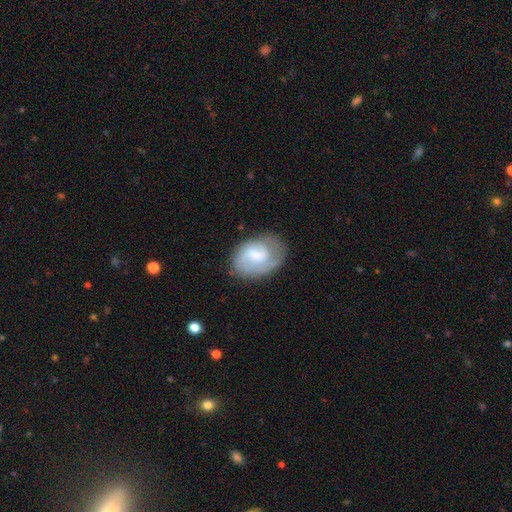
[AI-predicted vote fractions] smooth-or-featured: featured or disk: 54% | smooth: 40% | star or artifact: 7%
  disk-edge-on: no: 97% | yes: 3%
    bar: weak: 55% | no: 30% | strong: 15%
    has-spiral-arms: yes: 77% | no: 23%
    bulge-size: small: 36% | moderate: 32% | none: 23% | large: 7% | dominant: 2%
  merging: none: 60% | minor disturbance: 25% | major disturbance: 13% | merger: 2%